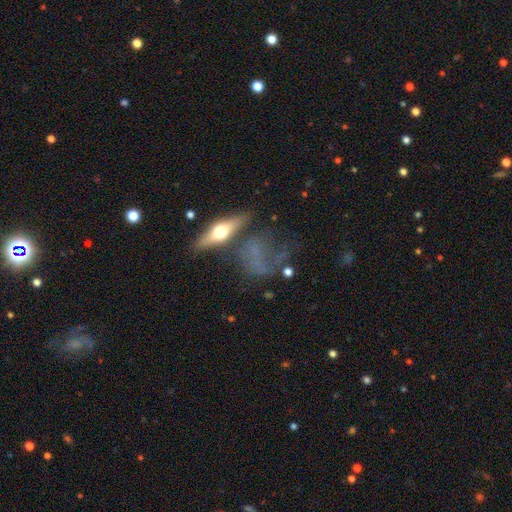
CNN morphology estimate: smooth_or_featured: featured or disk (p=0.54) [alt: smooth p=0.31]
disk_edge_on: yes (p=0.54) [alt: no p=0.46]
merging: none (p=0.41) [alt: major disturbance p=0.26]